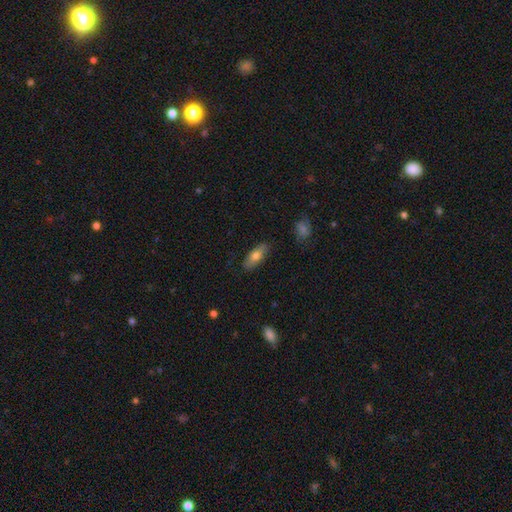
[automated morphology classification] This appears to be a smooth galaxy with no disk features (69%) that is in between round and cigar-shaped (74%). Merging: none (85%).